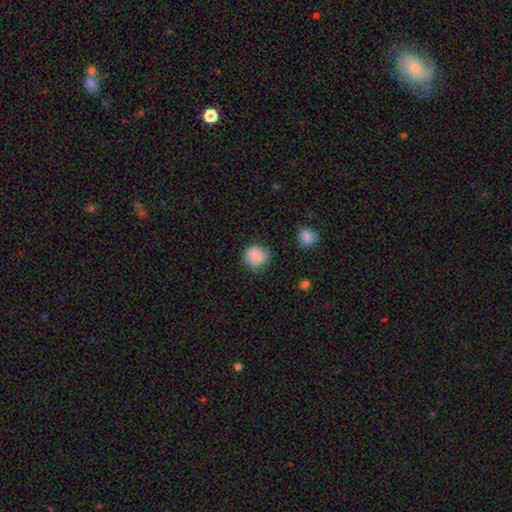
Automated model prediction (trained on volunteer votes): Smooth or featured? smooth (83%)
How rounded? round (84%)
Merging? none (71%)